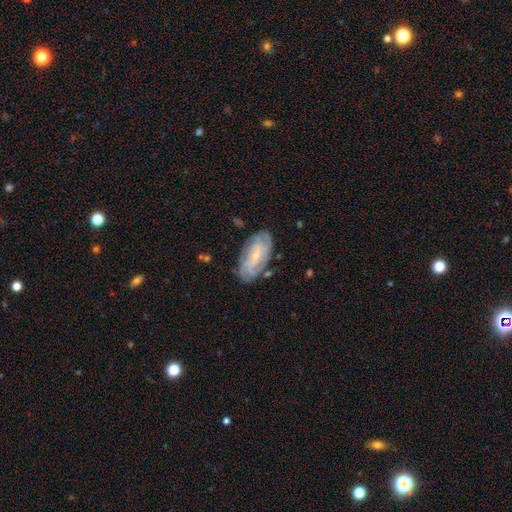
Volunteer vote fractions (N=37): Smooth or featured?
  - featured or disk: 89% *
  - smooth: 11%
  - star or artifact: 0%
Edge-on disk?
  - no: 97% *
  - yes: 3%
Bar?
  - no: 59% *
  - weak: 22%
  - strong: 19%
Spiral arms?
  - yes: 94% *
  - no: 6%
Spiral winding?
  - tight: 63% *
  - medium: 33%
  - loose: 3%
Spiral arm count?
  - 4: 57% *
  - can't tell: 17%
  - 3: 13%
  - 2: 7%
  - more than 4: 7%
  - 1: 0%
Bulge size?
  - small: 91% *
  - large: 3%
  - moderate: 3%
  - none: 3%
  - dominant: 0%
Merging?
  - none: 84% *
  - minor disturbance: 11%
  - major disturbance: 3%
  - merger: 3%